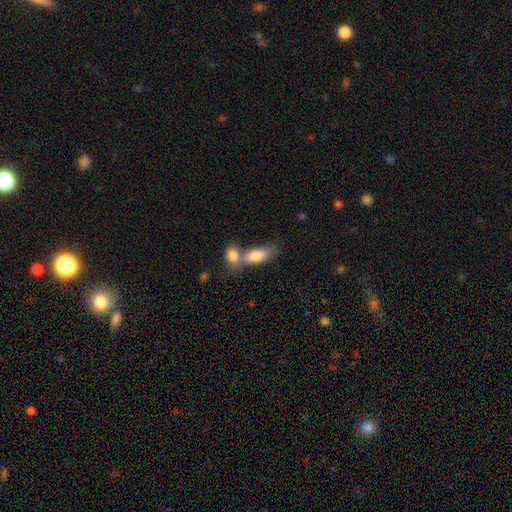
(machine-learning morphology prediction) Smooth or featured: smooth — 82% (featured or disk — 12%)
How rounded: in between — 84% (cigar-shaped — 12%)
Merging: merger — 60% (none — 27%)